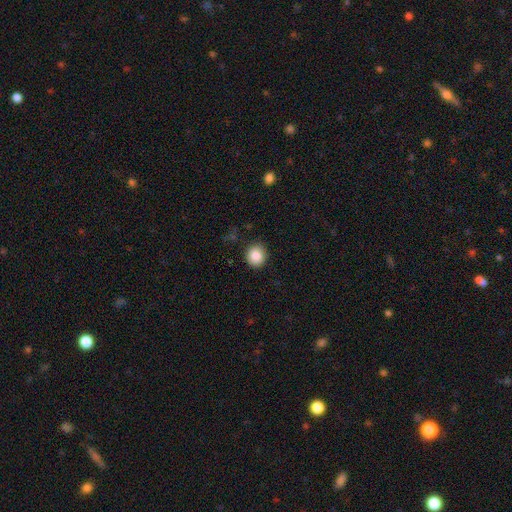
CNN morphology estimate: Overall: smooth (87%). How rounded: round (82%). Merging: none (87%).